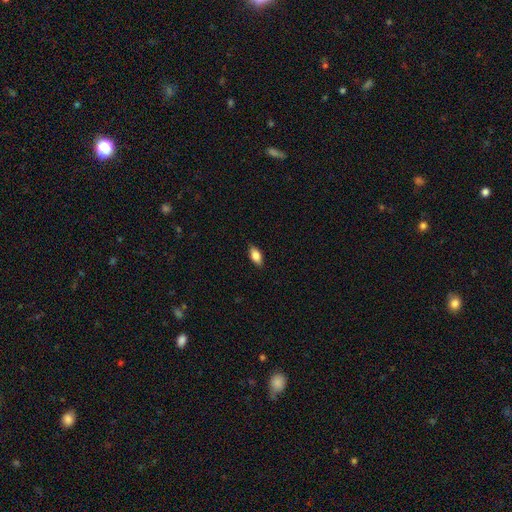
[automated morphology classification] Smooth or featured?
  - smooth: 81% *
  - featured or disk: 11%
  - star or artifact: 7%
How rounded?
  - in between: 88% *
  - cigar-shaped: 9%
  - round: 4%
Merging?
  - none: 86% *
  - minor disturbance: 11%
  - major disturbance: 2%
  - merger: 1%